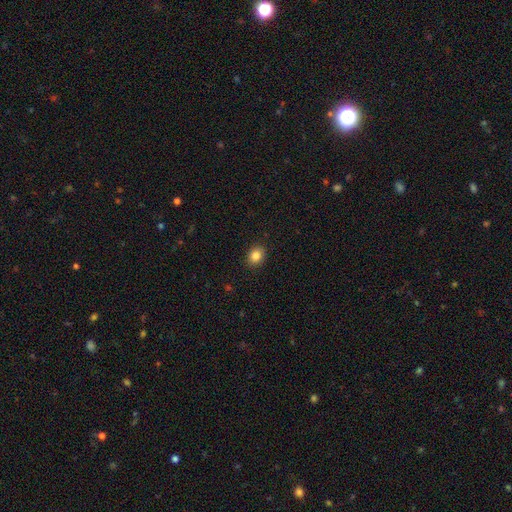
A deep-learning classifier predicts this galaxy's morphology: type=smooth (85%); roundness=in between (50%); merging=none (90%).